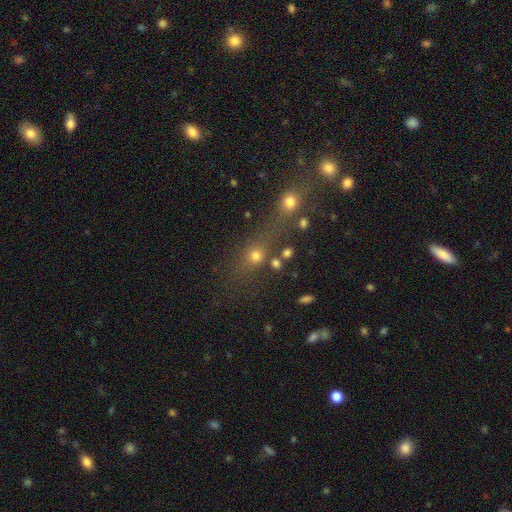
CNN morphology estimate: smooth 65%, star or artifact 21%, featured or disk 14%. Down the decision tree: how rounded — round (65%); merging — merger (41%, tied with none).